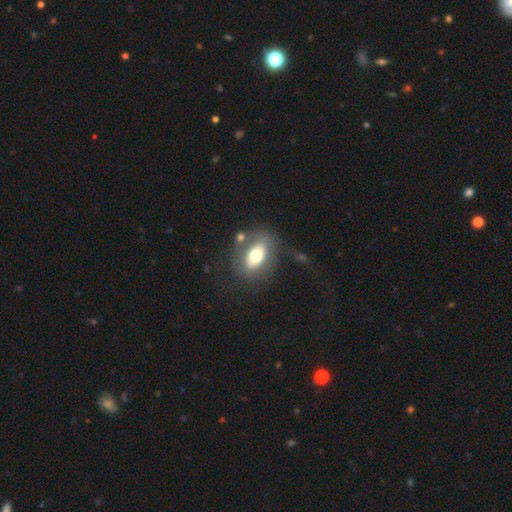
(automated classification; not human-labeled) Overall: smooth (60%; featured or disk 33%). How rounded: in between (82%). Merging: none (61%).